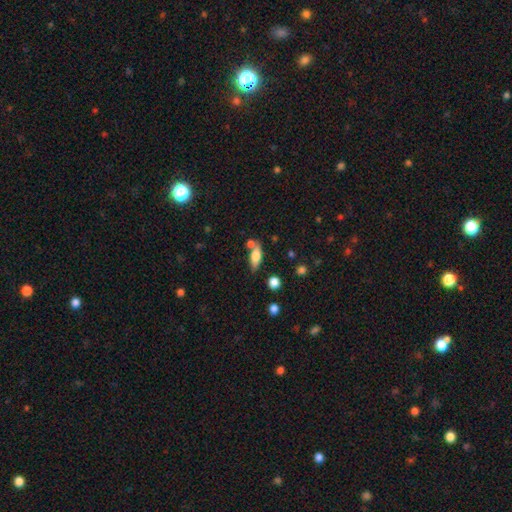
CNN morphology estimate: smooth 66%, featured or disk 26%, star or artifact 8%. Down the decision tree: how rounded — in between (64%); merging — none (61%).